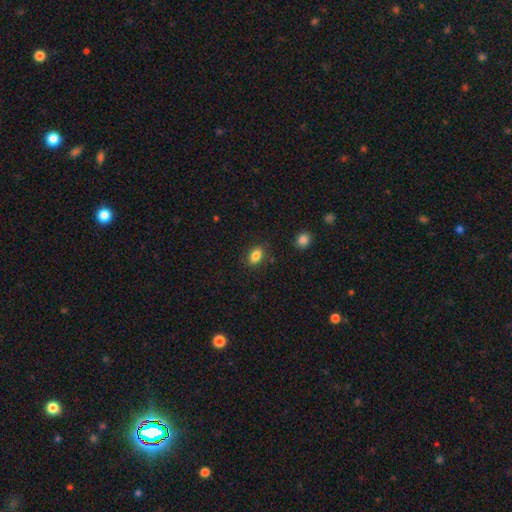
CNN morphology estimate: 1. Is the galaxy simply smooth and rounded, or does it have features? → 85% smooth, 9% star or artifact, 6% featured or disk.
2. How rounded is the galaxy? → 81% in between, 17% round, 2% cigar-shaped.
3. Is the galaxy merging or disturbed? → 84% none, 11% minor disturbance, 3% major disturbance, 2% merger.